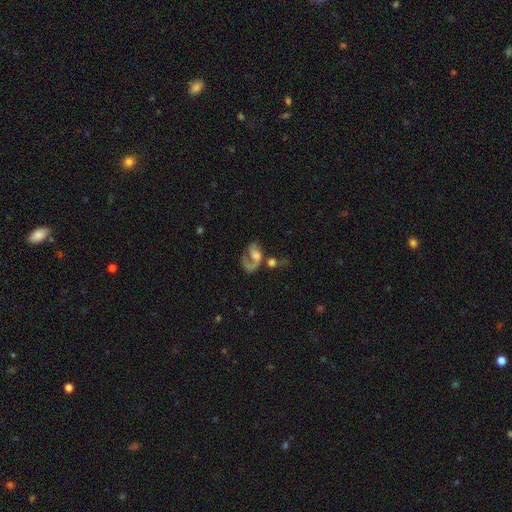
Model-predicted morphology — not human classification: type=featured or disk (64%); edge-on=no (97%); bar=no (67%); spiral arms=yes (79%); bulge=moderate (35%); merging=major disturbance (34%).